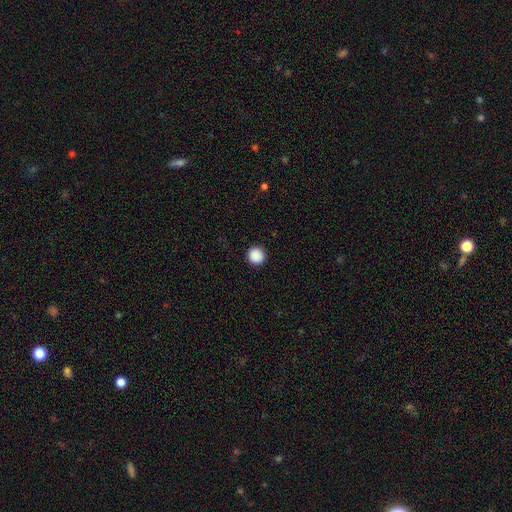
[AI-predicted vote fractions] Smooth or featured?
  - smooth: 89% *
  - star or artifact: 9%
  - featured or disk: 2%
How rounded?
  - round: 96% *
  - in between: 3%
  - cigar-shaped: 1%
Merging?
  - none: 93% *
  - minor disturbance: 4%
  - major disturbance: 2%
  - merger: 1%